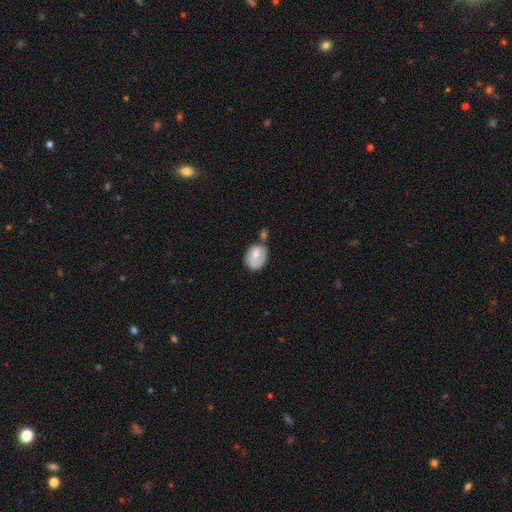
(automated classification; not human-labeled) A smooth galaxy with no disk features (56%) that is in between round and cigar-shaped (66%). Merging: none (40%).